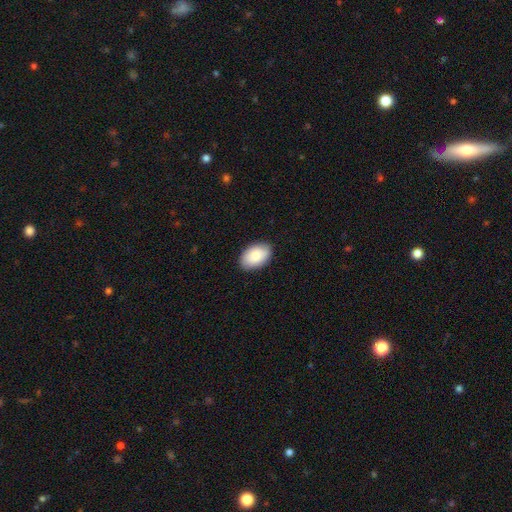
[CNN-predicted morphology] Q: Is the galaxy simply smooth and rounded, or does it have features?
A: smooth — 88%.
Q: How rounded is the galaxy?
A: in between — 93%.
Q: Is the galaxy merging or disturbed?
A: none — 88%.